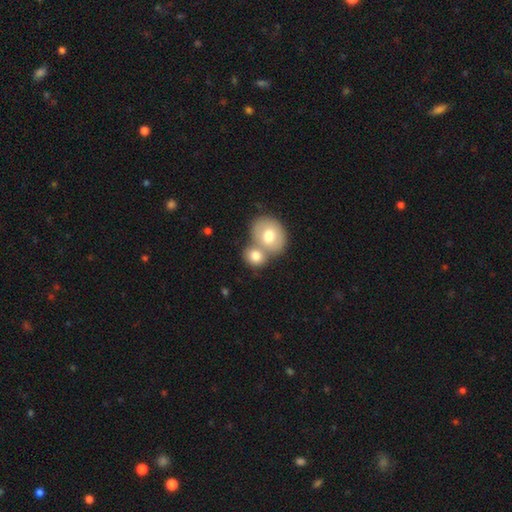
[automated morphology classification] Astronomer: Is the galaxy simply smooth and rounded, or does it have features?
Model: smooth — 75%.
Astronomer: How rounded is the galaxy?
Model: round — 65%.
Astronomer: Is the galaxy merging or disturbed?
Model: merger — 57% (runner-up: none, 33%).